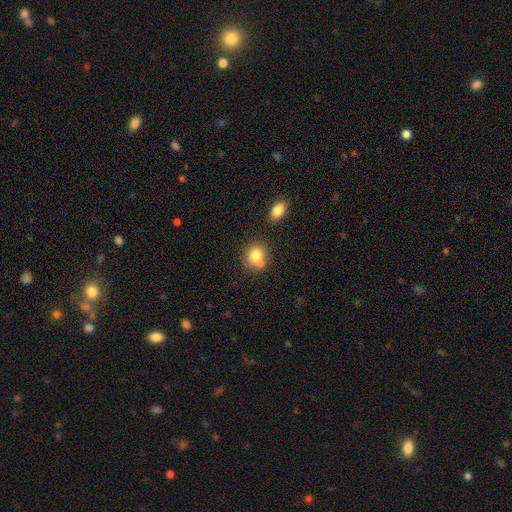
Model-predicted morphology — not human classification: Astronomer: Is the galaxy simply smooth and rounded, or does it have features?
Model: smooth — 78%.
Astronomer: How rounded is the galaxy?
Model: round — 74%.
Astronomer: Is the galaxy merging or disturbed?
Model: none — 53% (runner-up: merger, 33%).